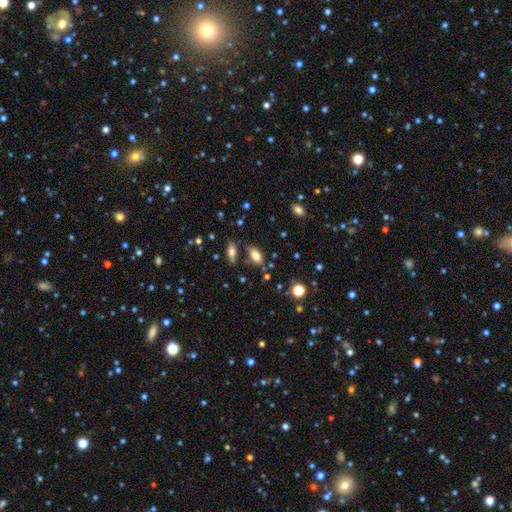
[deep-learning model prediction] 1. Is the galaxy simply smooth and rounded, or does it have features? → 80% smooth, 10% star or artifact, 10% featured or disk.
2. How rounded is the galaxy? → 90% in between, 5% round, 5% cigar-shaped.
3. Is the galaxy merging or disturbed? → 68% none, 16% minor disturbance, 11% merger, 5% major disturbance.